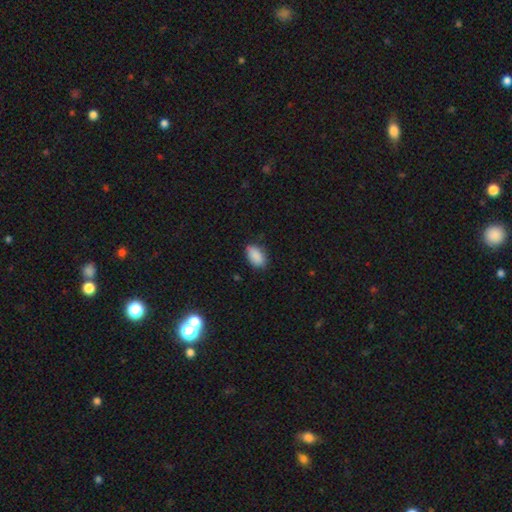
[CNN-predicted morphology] Smooth or featured? smooth (89%)
How rounded? in between (92%)
Merging? none (81%)